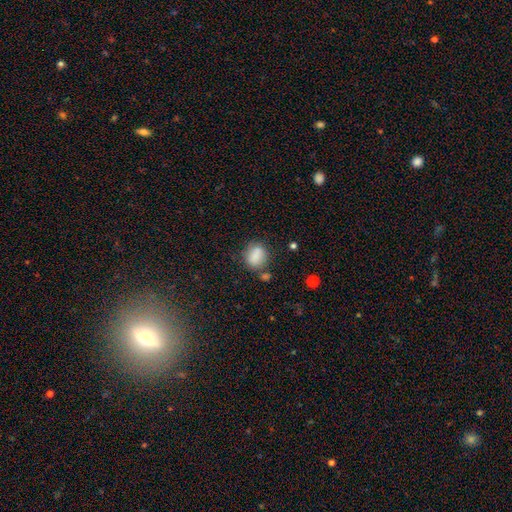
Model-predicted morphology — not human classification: Smooth or featured? Predicted: smooth (p=0.84). How rounded? Predicted: in between (p=0.54). Merging? Predicted: none (p=0.65).